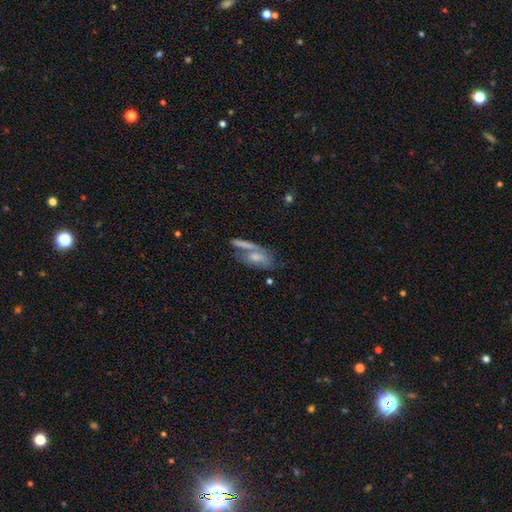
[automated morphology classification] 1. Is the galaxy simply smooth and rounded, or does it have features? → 56% smooth, 35% featured or disk, 10% star or artifact.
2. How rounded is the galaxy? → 71% in between, 24% cigar-shaped, 6% round.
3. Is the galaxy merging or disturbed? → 43% none, 33% merger, 15% minor disturbance, 8% major disturbance.